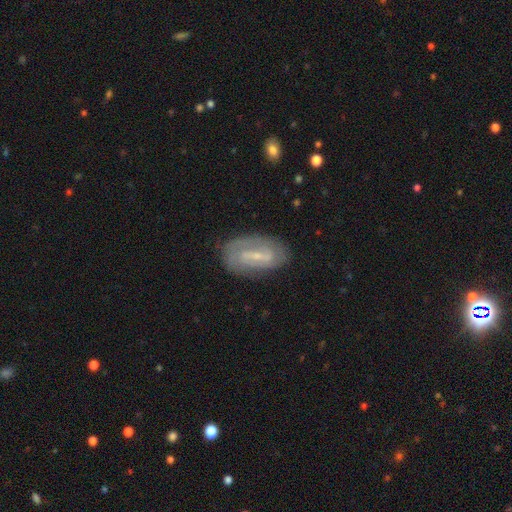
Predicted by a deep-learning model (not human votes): A featured or disk galaxy (66%) with a weak bar (45%), spiral arms (73%) and a small central bulge (67%).

Vote fractions:
- Smooth or featured? featured or disk: 66% / smooth: 26% / star or artifact: 8%
- Edge-on disk? no: 93% / yes: 7%
- Bar? weak: 45% / strong: 38% / no: 17%
- Spiral arms? yes: 73% / no: 27%
- Bulge size? small: 67% / moderate: 20% / none: 10% / large: 2% / dominant: 1%
- Merging? none: 74% / minor disturbance: 18% / major disturbance: 6% / merger: 2%